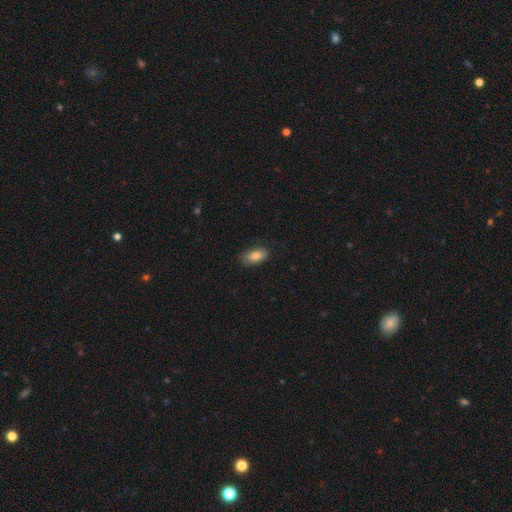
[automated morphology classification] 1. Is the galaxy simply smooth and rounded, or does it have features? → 84% smooth, 9% featured or disk, 7% star or artifact.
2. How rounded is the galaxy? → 92% in between, 5% round, 4% cigar-shaped.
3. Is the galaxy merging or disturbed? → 80% none, 16% minor disturbance, 3% major disturbance, 1% merger.